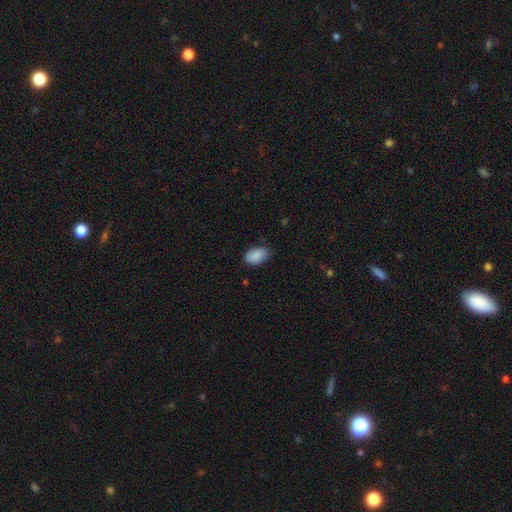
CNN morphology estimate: This appears to be a smooth galaxy with no disk features (89%) that is in between round and cigar-shaped (92%). Merging: none (73%).